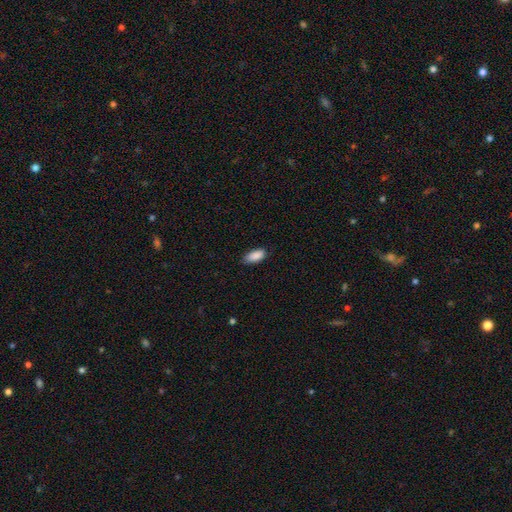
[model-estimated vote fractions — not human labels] Q: Smooth or featured?
A: smooth (89%); runner-up: star or artifact (7%)
Q: How rounded?
A: in between (88%); runner-up: cigar-shaped (10%)
Q: Merging?
A: none (80%); runner-up: minor disturbance (17%)